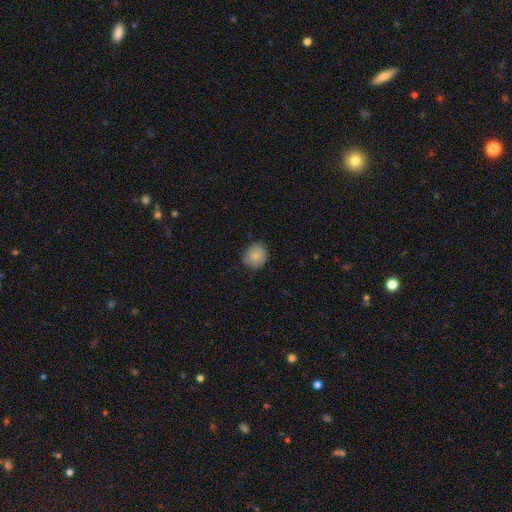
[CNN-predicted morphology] Q: Smooth or featured?
A: smooth (81%); runner-up: featured or disk (11%)
Q: How rounded?
A: round (81%); runner-up: in between (18%)
Q: Merging?
A: none (76%); runner-up: minor disturbance (20%)